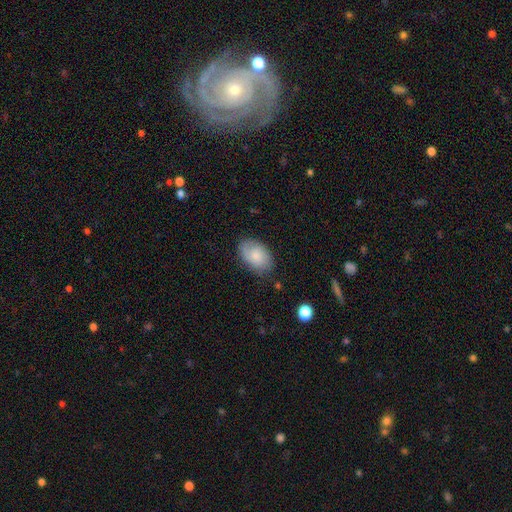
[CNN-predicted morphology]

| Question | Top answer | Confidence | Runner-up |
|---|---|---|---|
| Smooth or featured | smooth | 56% | featured or disk (36%) |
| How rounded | in between | 88% | round (11%) |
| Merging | none | 77% | minor disturbance (18%) |